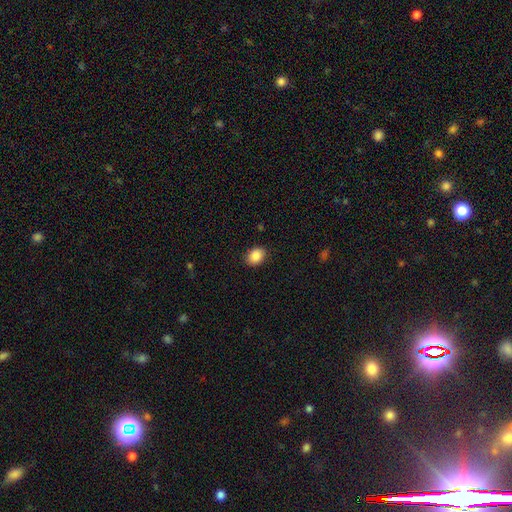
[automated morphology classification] smooth-or-featured: smooth: 88% | star or artifact: 8% | featured or disk: 4%
  how-rounded: in between: 66% | round: 33% | cigar-shaped: 1%
  merging: none: 88% | minor disturbance: 9% | major disturbance: 2% | merger: 1%